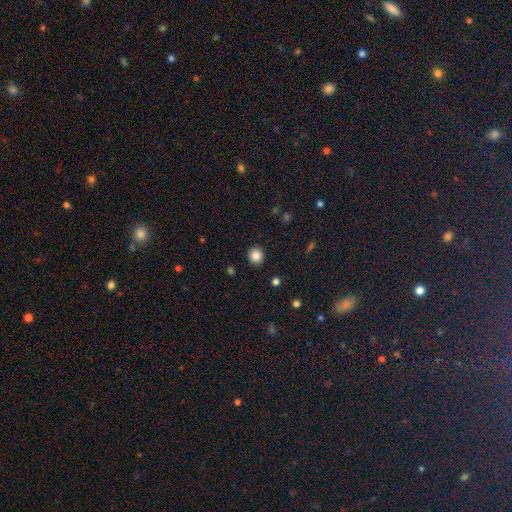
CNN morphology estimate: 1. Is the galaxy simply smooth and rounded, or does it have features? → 84% smooth, 11% star or artifact, 5% featured or disk.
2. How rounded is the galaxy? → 91% round, 8% in between, 1% cigar-shaped.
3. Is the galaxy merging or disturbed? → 92% none, 5% minor disturbance, 2% major disturbance, 1% merger.